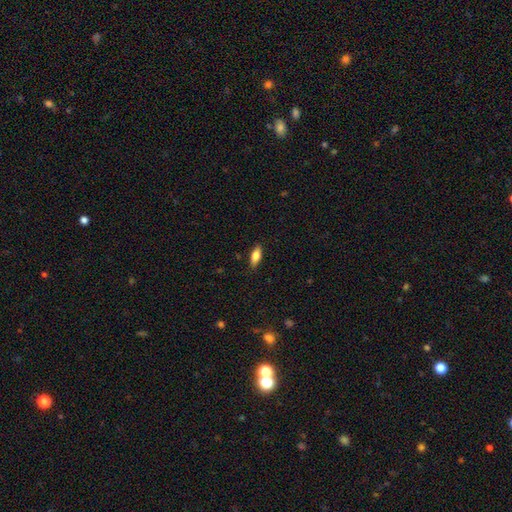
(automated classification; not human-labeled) smooth-or-featured: smooth: 74% | featured or disk: 19% | star or artifact: 7%
  how-rounded: in between: 76% | cigar-shaped: 21% | round: 3%
  merging: none: 87% | minor disturbance: 10% | major disturbance: 2% | merger: 1%